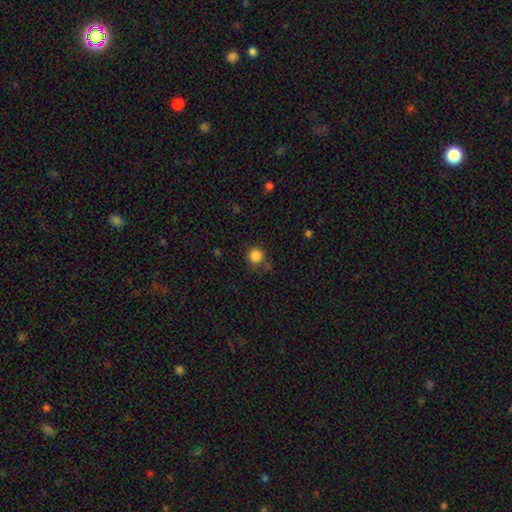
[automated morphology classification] Smooth or featured? Predicted: smooth (p=0.85). How rounded? Predicted: round (p=0.92). Merging? Predicted: none (p=0.75).